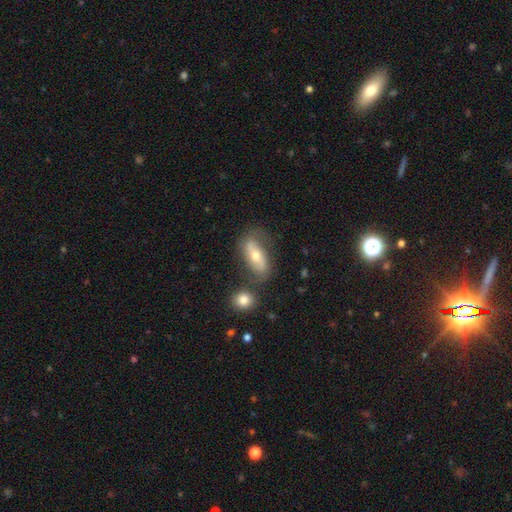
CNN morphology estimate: smooth-or-featured: featured or disk: 48% | smooth: 45% | star or artifact: 7%
  merging: none: 63% | minor disturbance: 19% | merger: 10% | major disturbance: 8%